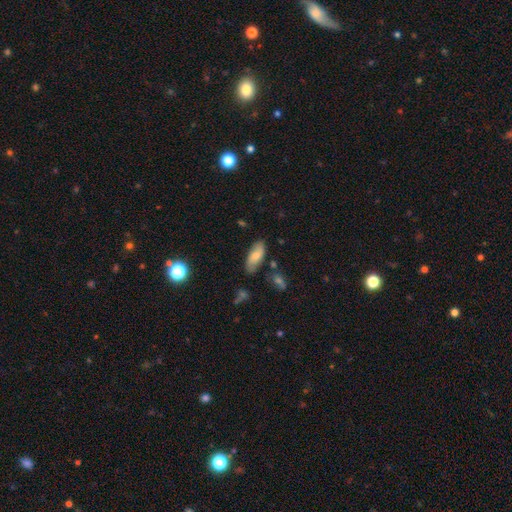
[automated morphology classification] Smooth or featured: smooth — 66% (featured or disk — 26%)
How rounded: in between — 84% (cigar-shaped — 13%)
Merging: none — 75% (minor disturbance — 17%)